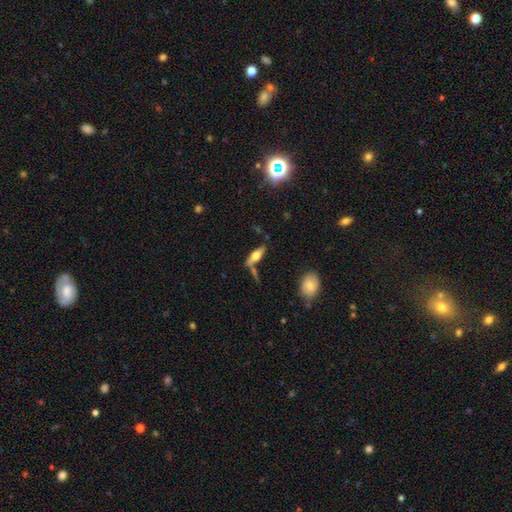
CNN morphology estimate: Smooth or featured? Predicted: featured or disk (p=0.47). Merging? Predicted: none (p=0.64).